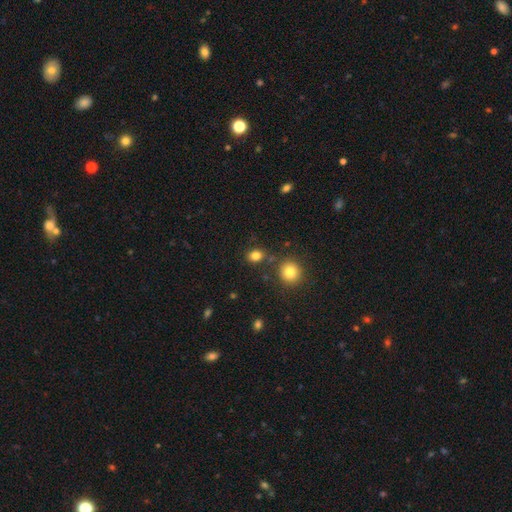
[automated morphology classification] Overall: smooth (82%). How rounded: round (56%; in between 43%). Merging: none (81%).